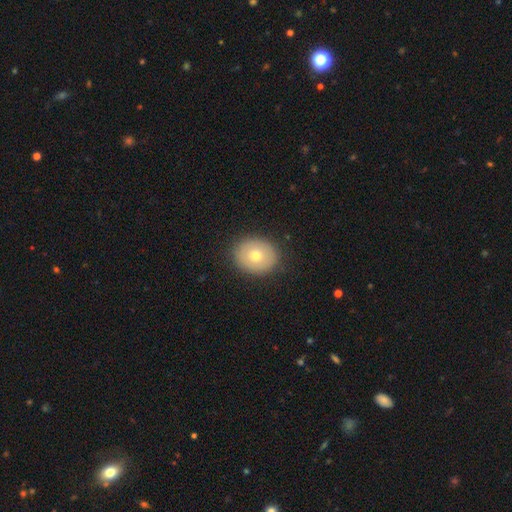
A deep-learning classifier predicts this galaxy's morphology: This is likely a smooth galaxy (67%). How rounded: likely round (60%). Merging: clearly none (88%).